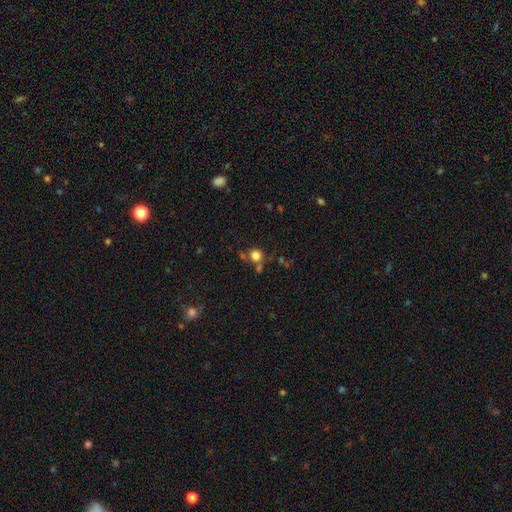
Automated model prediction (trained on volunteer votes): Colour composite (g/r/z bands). It shows a smooth galaxy with no disk features (79%) that is round (90%). Merging: none (67%).